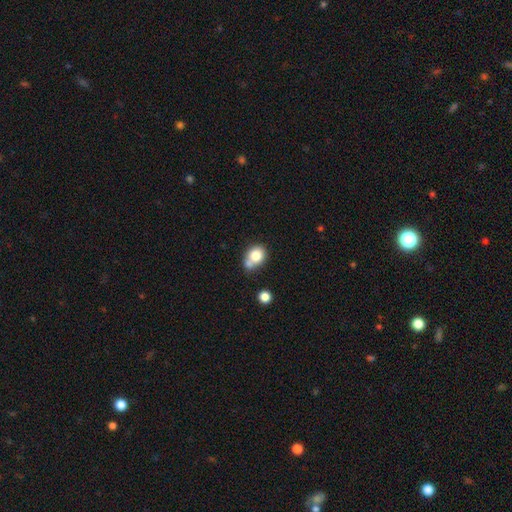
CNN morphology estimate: smooth-or-featured: smooth: 78% | featured or disk: 12% | star or artifact: 10%
  how-rounded: round: 59% | in between: 40% | cigar-shaped: 1%
  merging: none: 40% | merger: 36% | minor disturbance: 18% | major disturbance: 6%